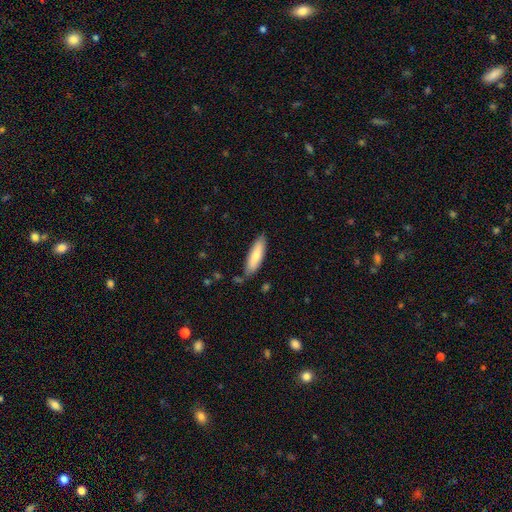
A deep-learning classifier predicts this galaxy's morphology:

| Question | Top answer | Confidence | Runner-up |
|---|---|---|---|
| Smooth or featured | smooth | 77% | featured or disk (17%) |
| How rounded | cigar-shaped | 57% | in between (42%) |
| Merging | none | 77% | minor disturbance (17%) |